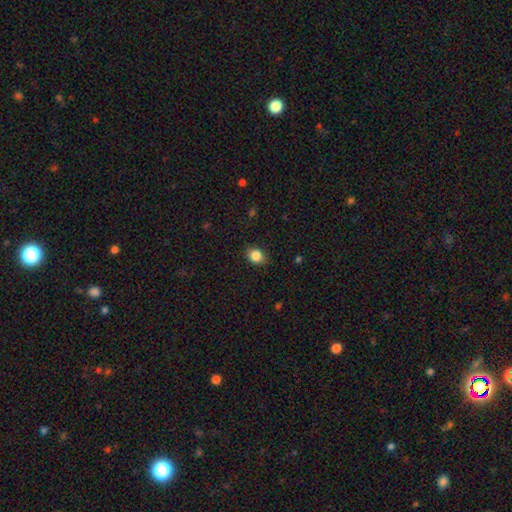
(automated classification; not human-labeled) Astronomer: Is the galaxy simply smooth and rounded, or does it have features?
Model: smooth — 85%.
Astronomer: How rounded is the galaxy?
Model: in between — 58% (runner-up: round, 41%).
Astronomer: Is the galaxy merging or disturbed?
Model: none — 85%.